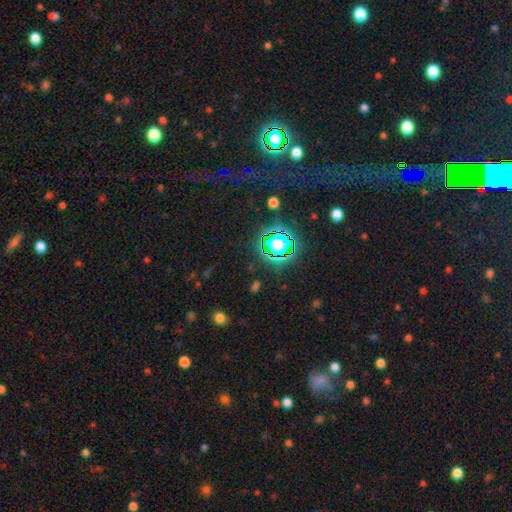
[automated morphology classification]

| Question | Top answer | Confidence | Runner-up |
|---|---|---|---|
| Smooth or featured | star or artifact | 77% | smooth (15%) |